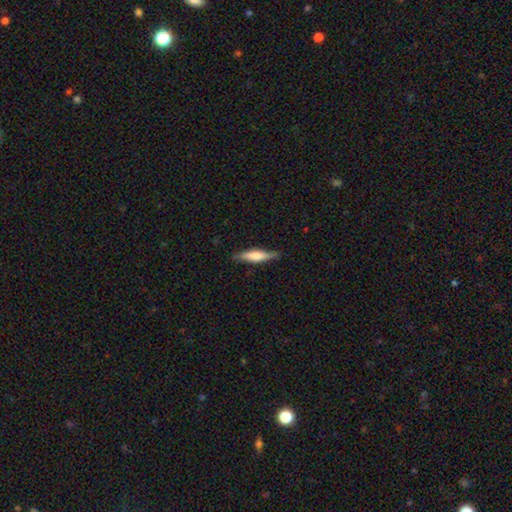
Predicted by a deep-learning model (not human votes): This is possibly a smooth galaxy (49%). Merging: clearly none (84%).